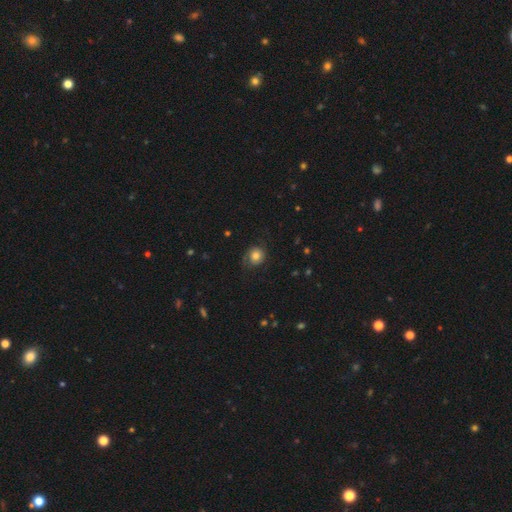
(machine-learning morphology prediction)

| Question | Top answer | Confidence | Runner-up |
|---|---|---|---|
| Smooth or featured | smooth | 55% | featured or disk (35%) |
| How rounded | round | 79% | in between (20%) |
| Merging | none | 68% | minor disturbance (19%) |